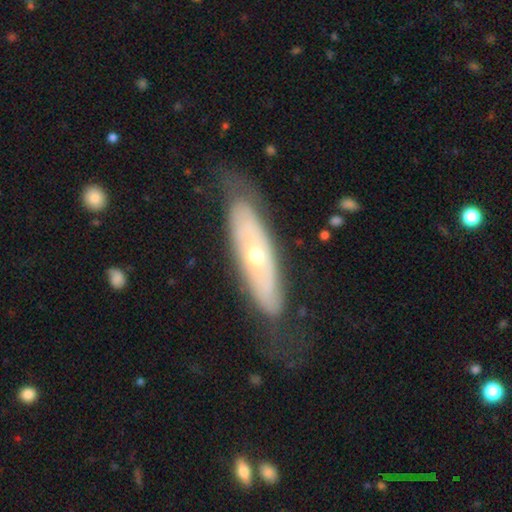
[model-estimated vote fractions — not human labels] Smooth or featured? featured or disk (64%)
Edge-on disk? no (70%)
Merging? none (71%)